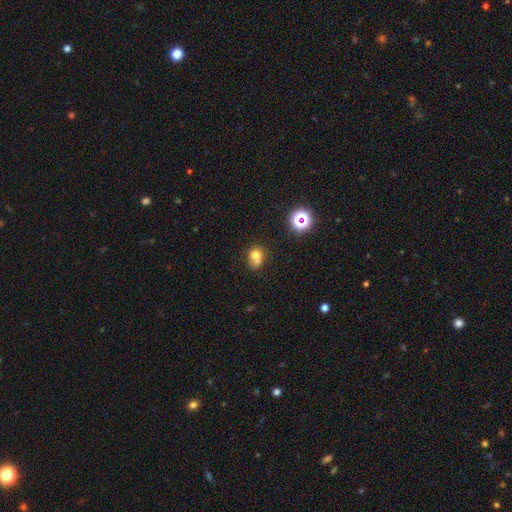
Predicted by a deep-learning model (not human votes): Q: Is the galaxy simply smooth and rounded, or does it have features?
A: smooth — 68%.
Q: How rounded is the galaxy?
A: round — 70%.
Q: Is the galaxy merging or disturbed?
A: merger — 42%.